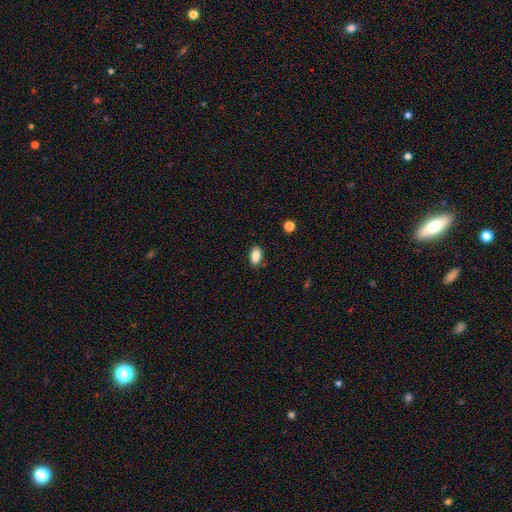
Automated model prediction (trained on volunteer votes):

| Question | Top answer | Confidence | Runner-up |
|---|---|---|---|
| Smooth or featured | smooth | 87% | star or artifact (8%) |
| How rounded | in between | 91% | round (5%) |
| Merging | none | 86% | minor disturbance (10%) |